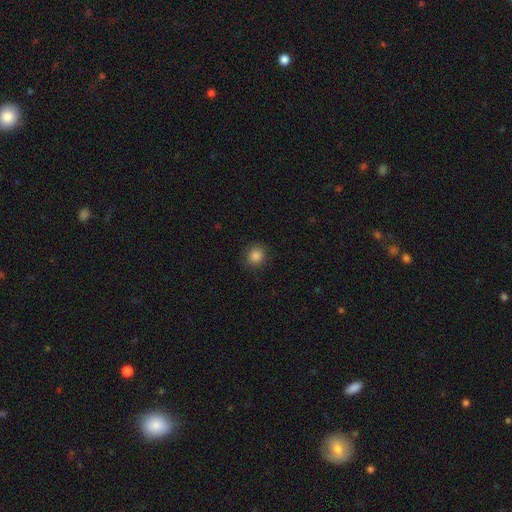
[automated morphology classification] Smooth or featured: smooth — 85% (star or artifact — 11%)
How rounded: round — 85% (in between — 14%)
Merging: none — 88% (minor disturbance — 9%)